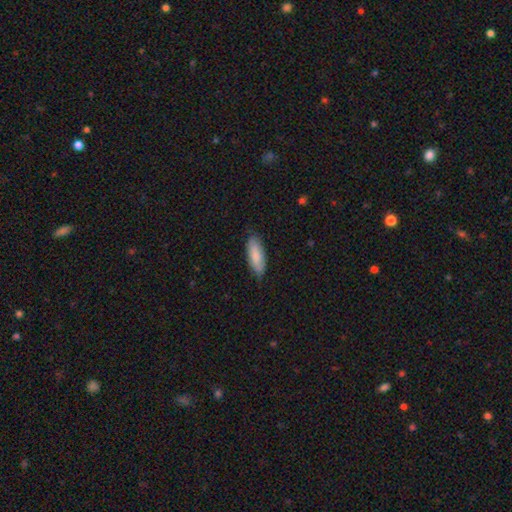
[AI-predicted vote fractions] The model was most divided on "how rounded": in between: 67%, cigar-shaped: 31%, round: 2%. More confident: smooth or featured — smooth (83%); merging — none (79%).